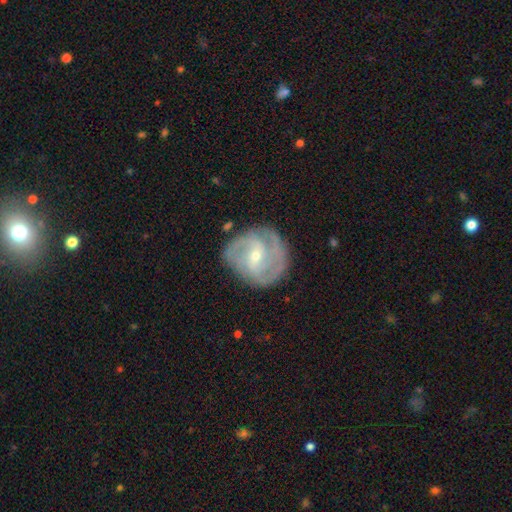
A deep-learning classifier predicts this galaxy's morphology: Smooth or featured? Predicted: featured or disk (p=0.82). Edge-on disk? Predicted: no (p=0.97). Bar? Predicted: weak (p=0.46). Spiral arms? Predicted: yes (p=0.92). Spiral winding? Predicted: medium (p=0.45). Spiral arm count? Predicted: 2 (p=0.53). Bulge size? Predicted: small (p=0.66). Merging? Predicted: none (p=0.75).